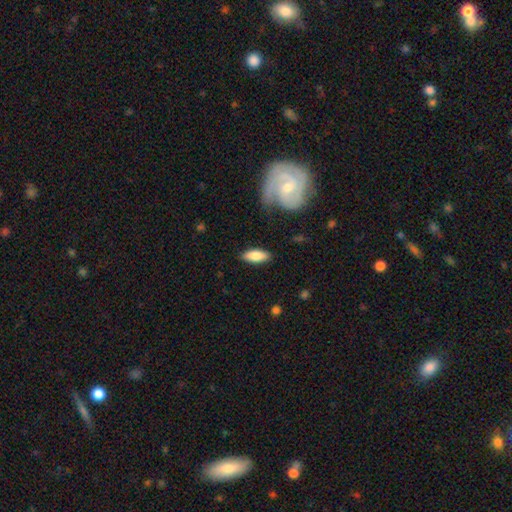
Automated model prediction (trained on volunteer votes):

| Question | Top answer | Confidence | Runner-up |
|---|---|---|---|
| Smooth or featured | smooth | 80% | featured or disk (14%) |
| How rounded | in between | 78% | cigar-shaped (20%) |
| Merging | none | 84% | minor disturbance (11%) |